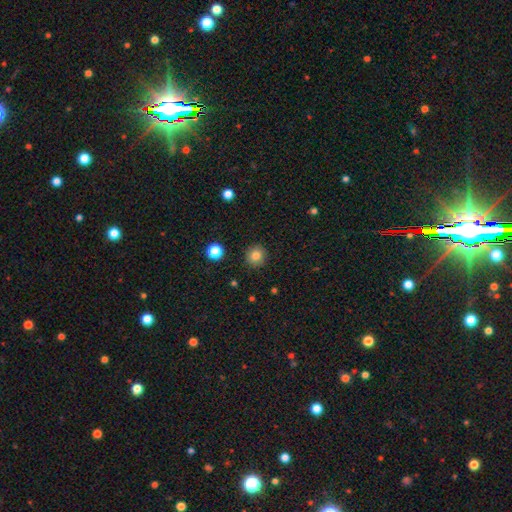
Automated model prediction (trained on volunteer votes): Smooth or featured: smooth — 82% (star or artifact — 12%)
How rounded: round — 93% (in between — 6%)
Merging: none — 91% (minor disturbance — 6%)